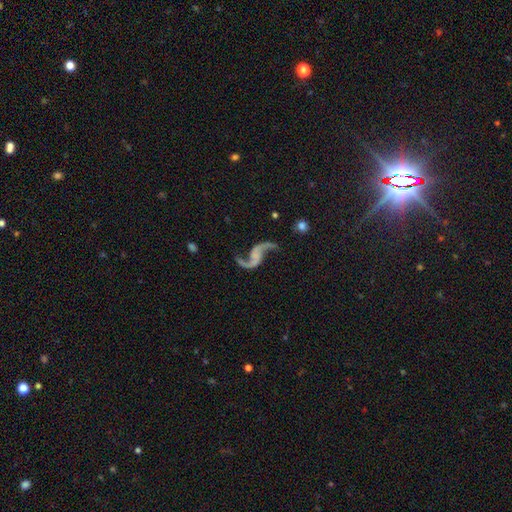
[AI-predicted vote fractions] Smooth or featured?
  - featured or disk: 90% *
  - star or artifact: 5%
  - smooth: 4%
Edge-on disk?
  - no: 97% *
  - yes: 3%
Bar?
  - no: 59% *
  - weak: 29%
  - strong: 12%
Spiral arms?
  - yes: 97% *
  - no: 3%
Spiral winding?
  - loose: 91% *
  - medium: 7%
  - tight: 2%
Spiral arm count?
  - 2: 94% *
  - 1: 2%
  - can't tell: 1%
  - 3: 1%
  - 4: 1%
  - more than 4: 1%
Bulge size?
  - none: 66% *
  - small: 21%
  - moderate: 8%
  - large: 3%
  - dominant: 2%
Merging?
  - none: 70% *
  - minor disturbance: 15%
  - major disturbance: 11%
  - merger: 4%